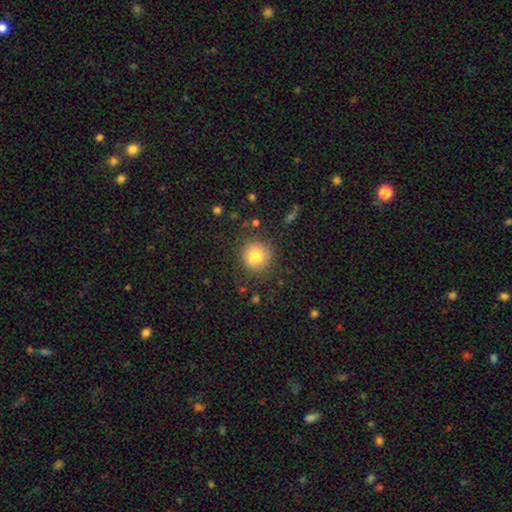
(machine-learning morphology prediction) Smooth or featured?
  - smooth: 78% *
  - featured or disk: 12%
  - star or artifact: 10%
How rounded?
  - round: 93% *
  - in between: 6%
  - cigar-shaped: 1%
Merging?
  - none: 82% *
  - minor disturbance: 11%
  - major disturbance: 4%
  - merger: 3%